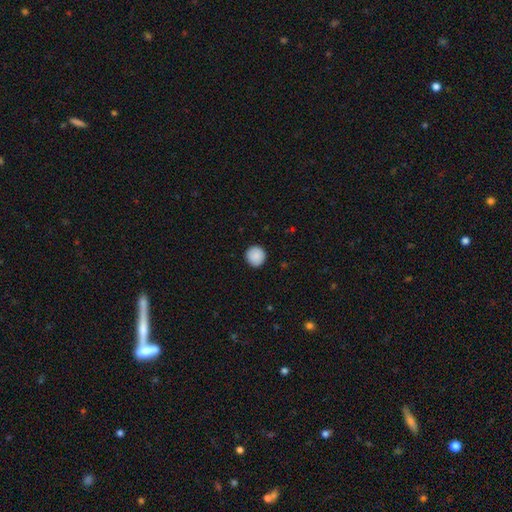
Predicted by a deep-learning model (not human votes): Smooth or featured? Predicted: smooth (p=0.89). How rounded? Predicted: round (p=0.94). Merging? Predicted: none (p=0.91).